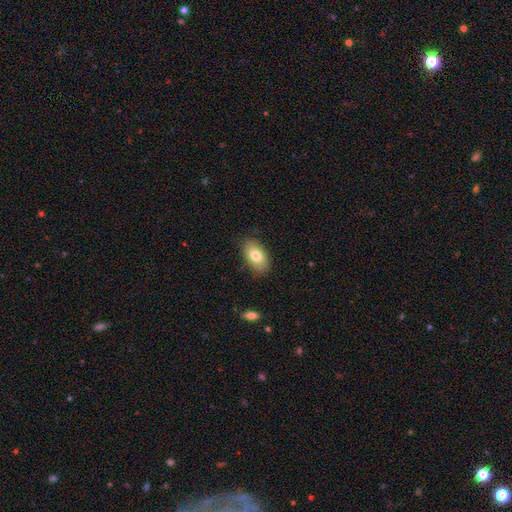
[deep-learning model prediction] This appears to be a smooth galaxy with no disk features (78%) that is in between round and cigar-shaped (92%). Merging: none (83%).